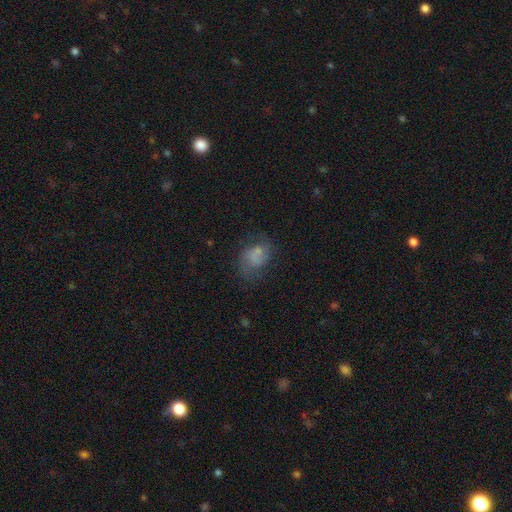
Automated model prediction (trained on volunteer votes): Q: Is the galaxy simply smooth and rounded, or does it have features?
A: smooth — 44%.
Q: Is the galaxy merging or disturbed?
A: none — 47%.